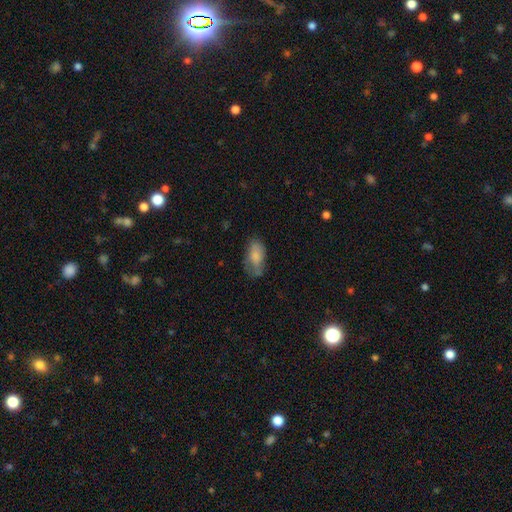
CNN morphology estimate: smooth 77%, featured or disk 16%, star or artifact 7%. Down the decision tree: how rounded — in between (92%); merging — none (53%).